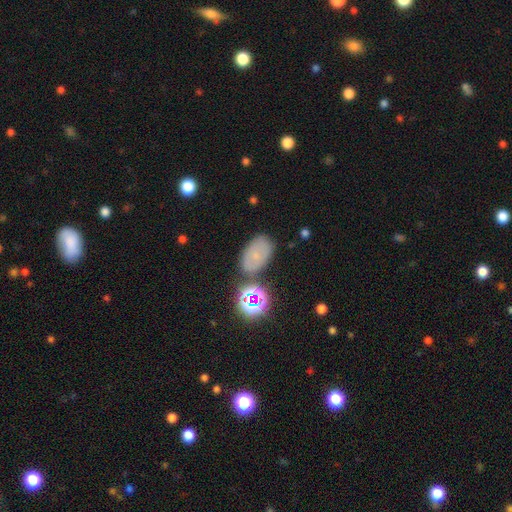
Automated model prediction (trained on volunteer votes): A smooth galaxy with no disk features (55%) that is in between round and cigar-shaped (86%).

Vote fractions:
- Smooth or featured? smooth: 55% / star or artifact: 24% / featured or disk: 21%
- How rounded? in between: 86% / round: 13% / cigar-shaped: 2%
- Merging? none: 71% / minor disturbance: 17% / merger: 7% / major disturbance: 5%